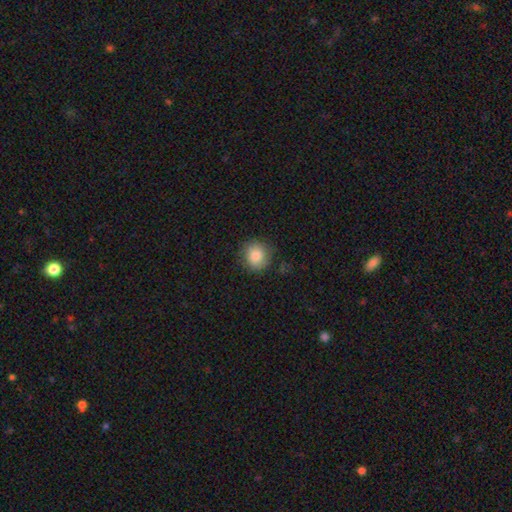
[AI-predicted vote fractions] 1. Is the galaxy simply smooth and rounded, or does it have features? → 85% smooth, 8% star or artifact, 6% featured or disk.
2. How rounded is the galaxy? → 85% round, 14% in between, 1% cigar-shaped.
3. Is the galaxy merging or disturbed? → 83% none, 13% minor disturbance, 4% major disturbance, 1% merger.